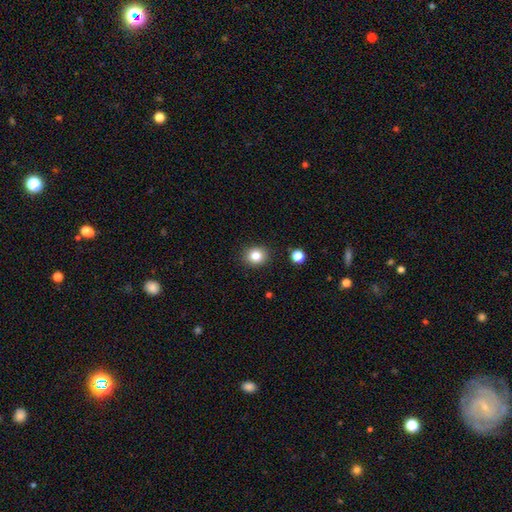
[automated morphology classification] type=smooth (82%); roundness=round (77%); merging=none (89%).